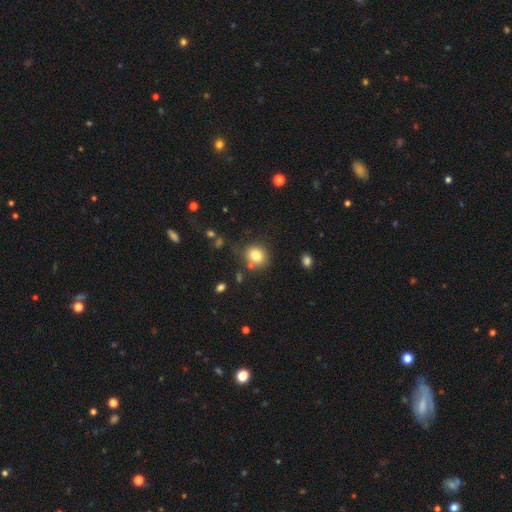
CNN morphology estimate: This is clearly a smooth galaxy (81%). How rounded: likely round (73%). Merging: likely none (77%).